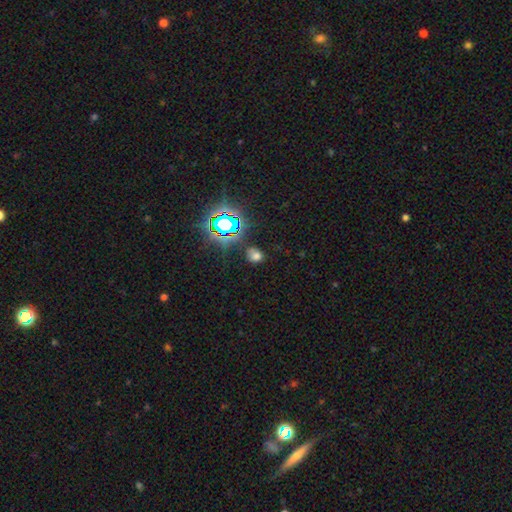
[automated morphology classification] smooth 62%, star or artifact 31%, featured or disk 7%. Down the decision tree: how rounded — round (54%); merging — none (76%).